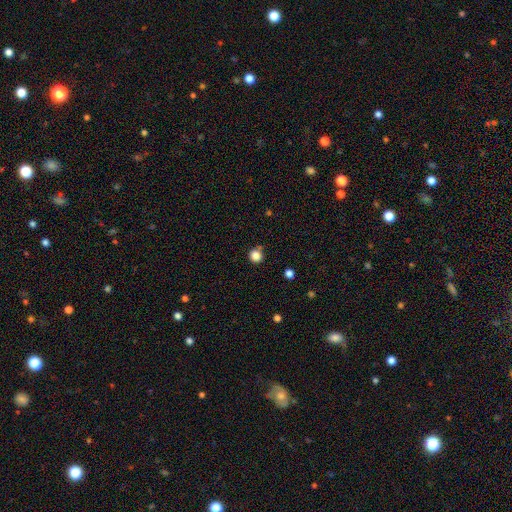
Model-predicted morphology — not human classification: This appears to be a smooth galaxy with no disk features (84%) that is round (92%). Merging: none (80%).